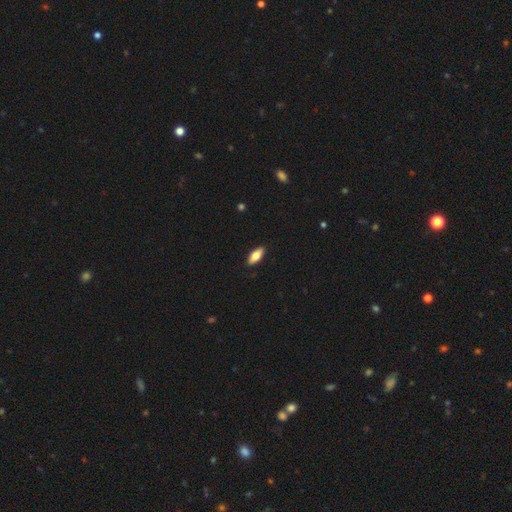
A smooth galaxy with no disk features (75%) that is in between round and cigar-shaped (80%).

Vote fractions:
- Smooth or featured? smooth: 75% / featured or disk: 25% / star or artifact: 0%
- How rounded? in between: 80% / cigar-shaped: 20% / round: 0%
- Merging? none: 88% / minor disturbance: 8% / major disturbance: 5% / merger: 0%